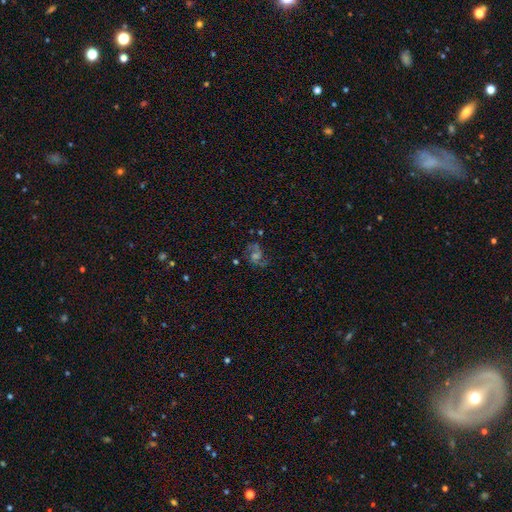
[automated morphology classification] Smooth or featured? featured or disk (74%)
Edge-on disk? no (97%)
Bar? no (53%)
Spiral arms? yes (94%)
Spiral winding? medium (51%)
Spiral arm count? 2 (88%)
Bulge size? moderate (49%)
Merging? none (75%)